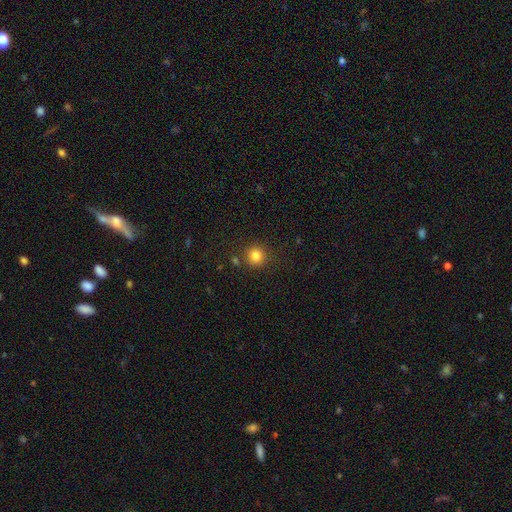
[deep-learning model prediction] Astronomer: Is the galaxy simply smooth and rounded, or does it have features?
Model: smooth — 82%.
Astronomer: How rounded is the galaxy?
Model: round — 93%.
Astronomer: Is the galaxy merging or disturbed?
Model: none — 85%.